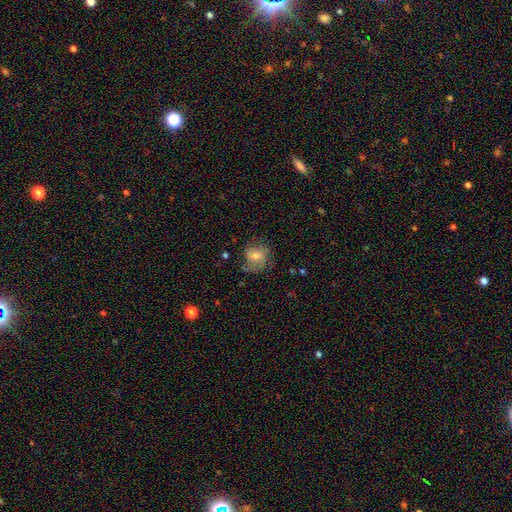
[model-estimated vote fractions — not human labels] A featured or disk galaxy (57%) with no bar (56%), spiral arms (83%) and a moderate central bulge (57%). Merging: none (62%).